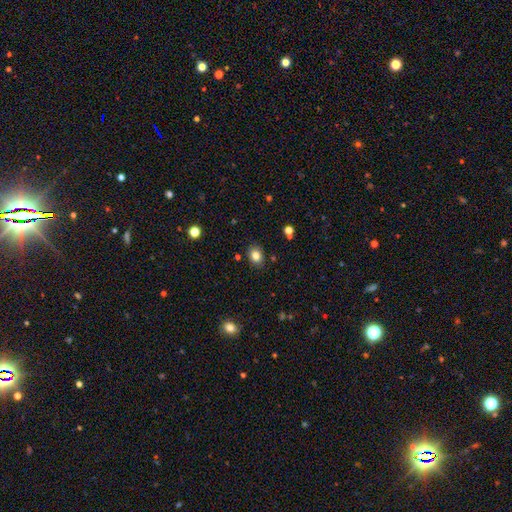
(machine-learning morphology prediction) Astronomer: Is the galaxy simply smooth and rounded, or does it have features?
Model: smooth — 82%.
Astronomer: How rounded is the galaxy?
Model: in between — 56% (runner-up: round, 44%).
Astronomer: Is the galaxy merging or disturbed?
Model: none — 87%.